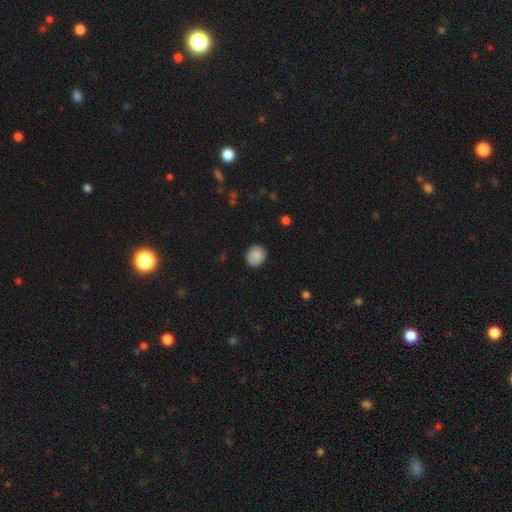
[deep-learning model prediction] This is clearly a smooth galaxy (88%). How rounded: likely round (75%). Merging: clearly none (86%).